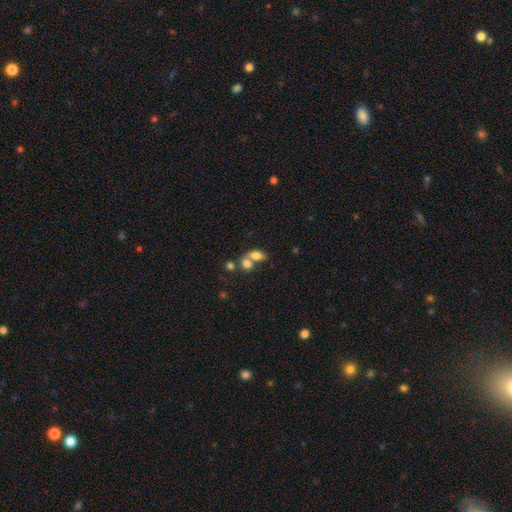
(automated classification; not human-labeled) smooth-or-featured: smooth: 77% | featured or disk: 14% | star or artifact: 10%
  how-rounded: in between: 80% | round: 17% | cigar-shaped: 2%
  merging: merger: 58% | none: 29% | minor disturbance: 8% | major disturbance: 5%